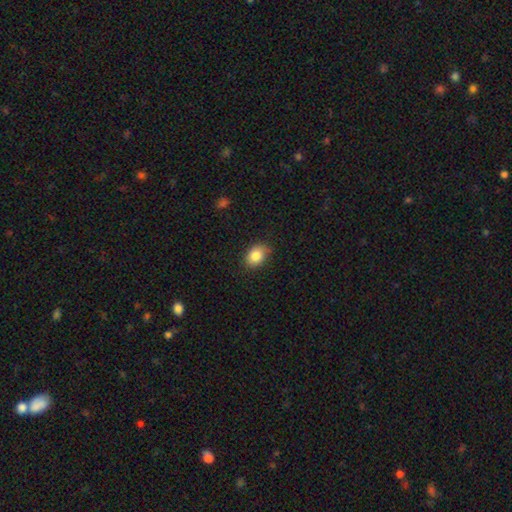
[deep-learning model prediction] Morphology: type=smooth (84%); roundness=in between (69%); merging=none (79%).